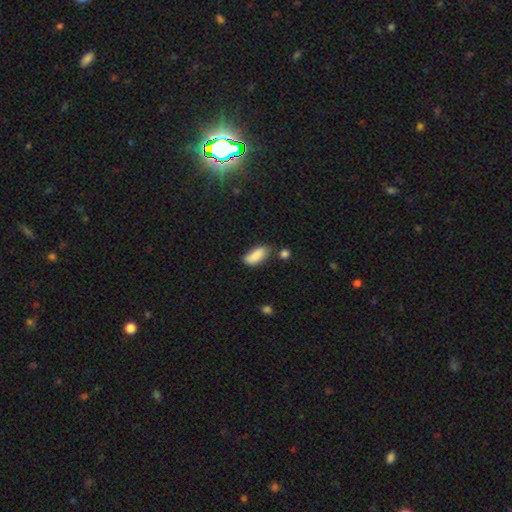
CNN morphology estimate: Smooth or featured? smooth (87%)
How rounded? in between (84%)
Merging? none (59%)